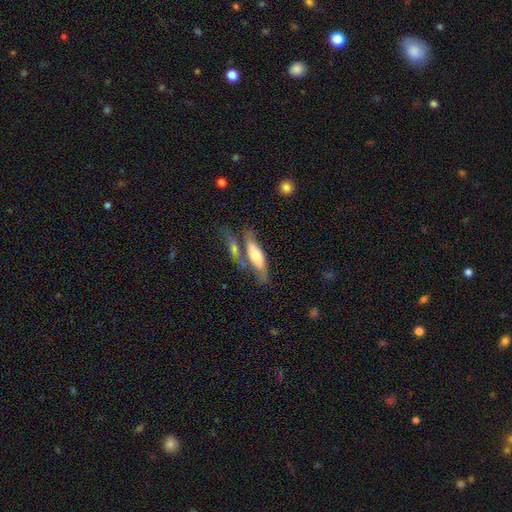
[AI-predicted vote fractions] smooth_or_featured: smooth (p=0.48) [alt: featured or disk p=0.46]
merging: none (p=0.43) [alt: merger p=0.25]